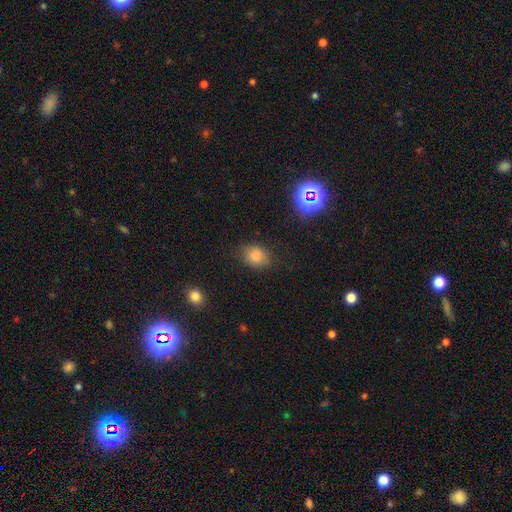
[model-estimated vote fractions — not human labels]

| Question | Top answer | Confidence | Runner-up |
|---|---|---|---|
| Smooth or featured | smooth | 77% | star or artifact (15%) |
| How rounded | in between | 58% | round (41%) |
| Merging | none | 80% | minor disturbance (15%) |